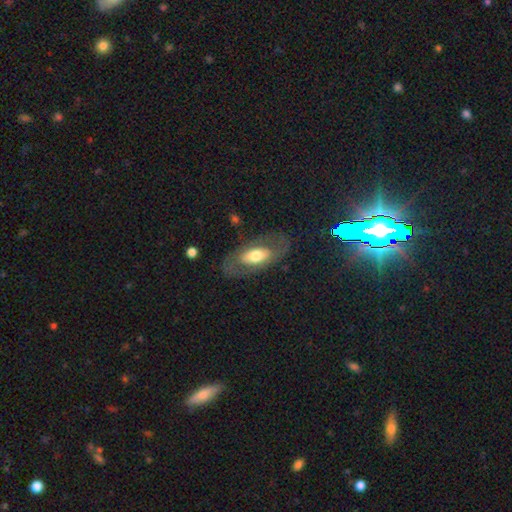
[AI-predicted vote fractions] Smooth or featured? Predicted: featured or disk (p=0.55). Edge-on disk? Predicted: no (p=0.85). Merging? Predicted: none (p=0.74).